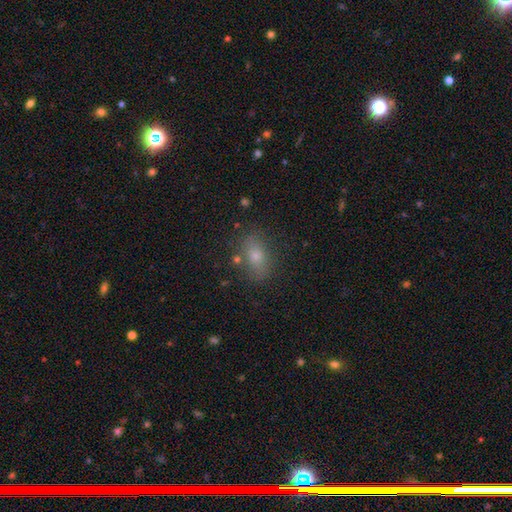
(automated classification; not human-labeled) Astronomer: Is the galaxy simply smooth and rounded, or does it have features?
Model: smooth — 67%.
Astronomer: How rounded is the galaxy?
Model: in between — 78%.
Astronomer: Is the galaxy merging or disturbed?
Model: none — 81%.